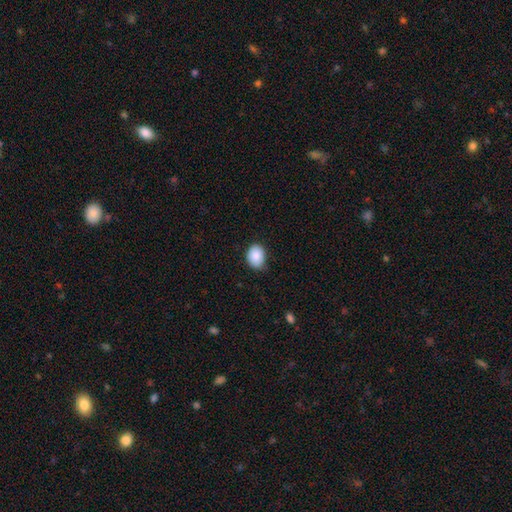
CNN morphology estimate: The model was most divided on "how rounded": in between: 59%, round: 40%, cigar-shaped: 1%. More confident: smooth or featured — smooth (87%); merging — none (76%).